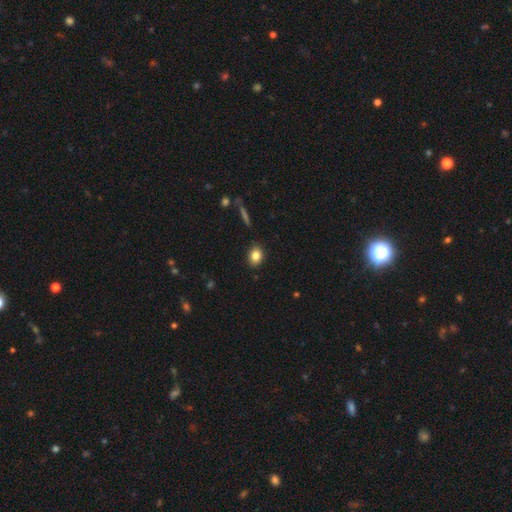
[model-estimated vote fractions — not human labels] Overall: smooth (84%). How rounded: in between (63%; round 35%). Merging: none (88%).